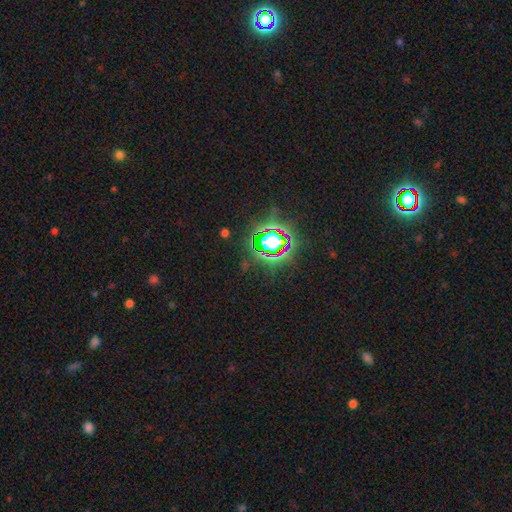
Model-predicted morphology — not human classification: Smooth or featured? Predicted: star or artifact (p=0.82).